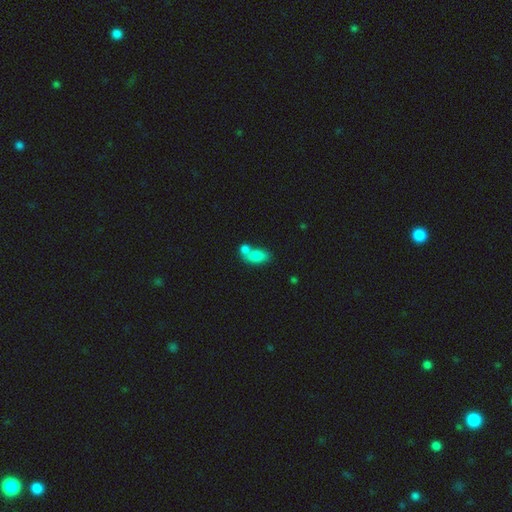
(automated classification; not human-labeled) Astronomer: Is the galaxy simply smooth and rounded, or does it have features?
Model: smooth — 81%.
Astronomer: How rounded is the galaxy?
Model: in between — 86%.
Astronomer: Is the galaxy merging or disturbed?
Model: merger — 56%.